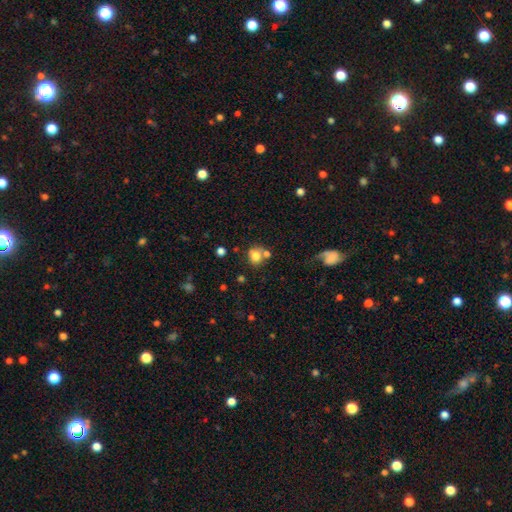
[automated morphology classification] smooth_or_featured: smooth (p=0.76) [alt: featured or disk p=0.13]
how_rounded: round (p=0.75) [alt: in between p=0.24]
merging: none (p=0.51) [alt: merger p=0.29]